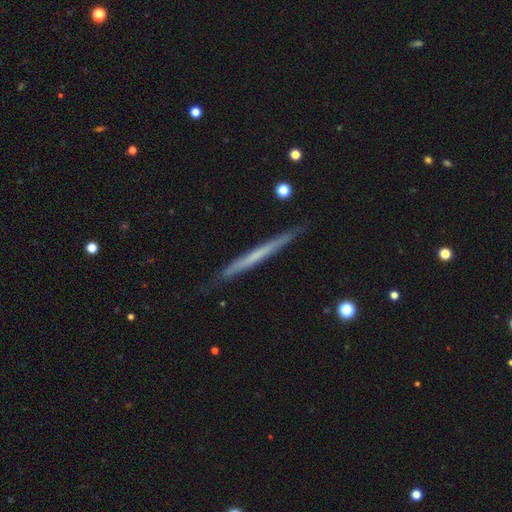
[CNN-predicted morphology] Overall: featured or disk (53%; smooth 41%). Edge-on disk: yes (96%). Edge-on bulge: none (89%). Merging: none (88%).